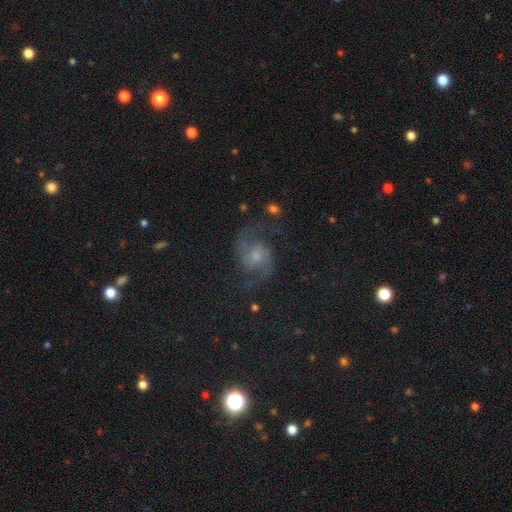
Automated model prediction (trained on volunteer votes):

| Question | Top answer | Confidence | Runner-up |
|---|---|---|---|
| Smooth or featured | featured or disk | 79% | star or artifact (12%) |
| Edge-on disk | no | 98% | yes (2%) |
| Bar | no | 60% | weak (34%) |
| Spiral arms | yes | 96% | no (4%) |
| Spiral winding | medium | 55% | loose (33%) |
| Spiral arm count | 2 | 93% | can't tell (2%) |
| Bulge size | moderate | 46% | small (36%) |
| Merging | none | 73% | minor disturbance (15%) |